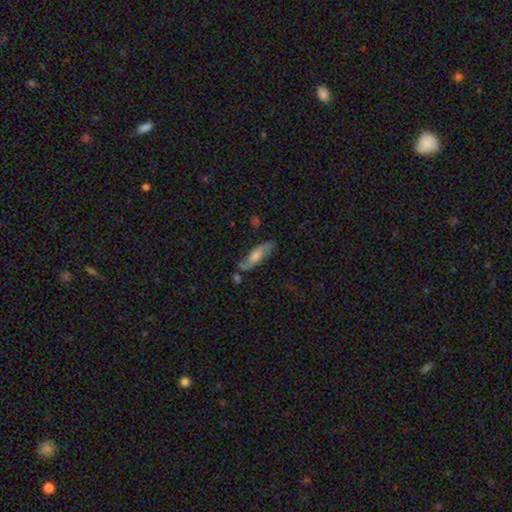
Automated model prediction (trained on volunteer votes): Smooth or featured: featured or disk — 51% (smooth — 41%)
Edge-on disk: no — 67% (yes — 33%)
Merging: none — 70% (minor disturbance — 18%)